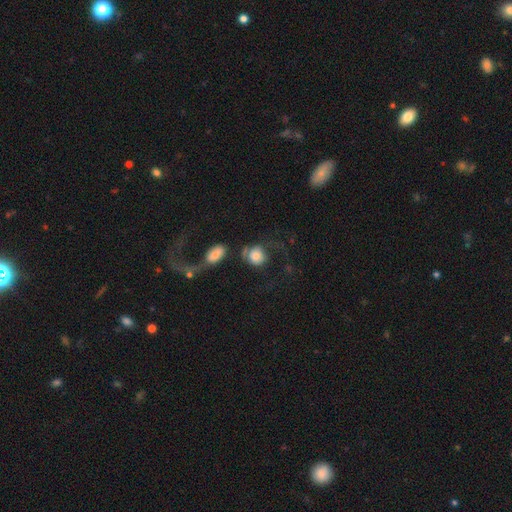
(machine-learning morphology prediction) This appears to be a smooth galaxy with no disk features (67%) that is round (72%). Merging: major disturbance (31%).